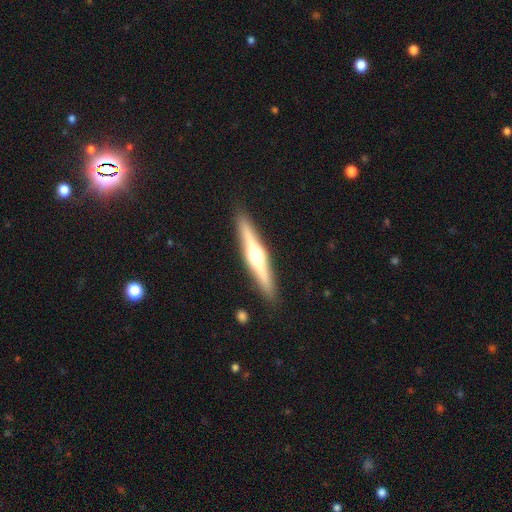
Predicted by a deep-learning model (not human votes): This is likely a featured or disk galaxy (72%). It is clearly viewed edge-on (97%). Edge-on bulge: clearly rounded (93%). Merging: clearly none (90%).